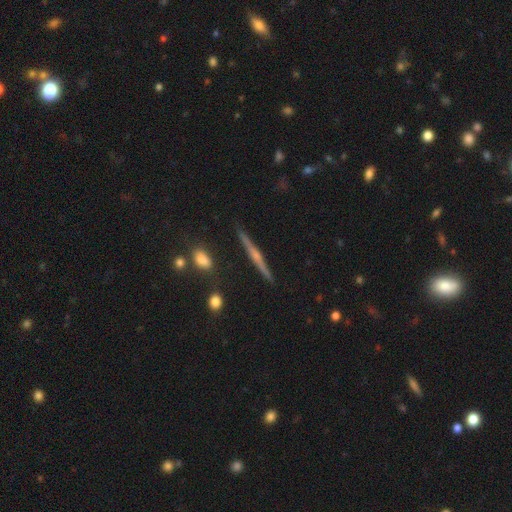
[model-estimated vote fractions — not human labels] A featured or disk galaxy (74%) viewed edge-on (98%) with a rounded central bulge (75%).

Vote fractions:
- Smooth or featured? featured or disk: 74% / smooth: 18% / star or artifact: 8%
- Edge-on disk? yes: 98% / no: 2%
- Edge-on bulge? rounded: 75% / none: 18% / boxy: 8%
- Merging? none: 89% / minor disturbance: 7% / merger: 2% / major disturbance: 2%